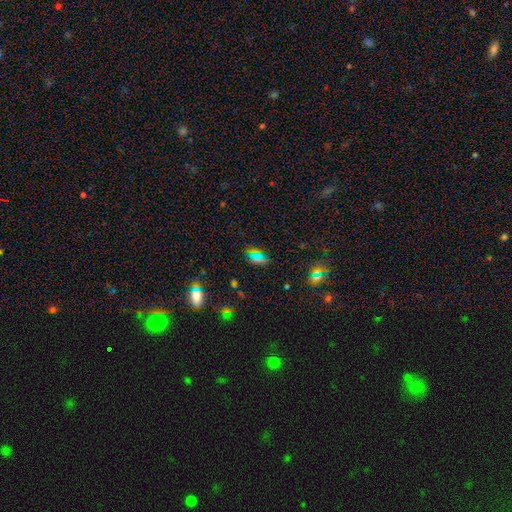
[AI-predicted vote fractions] This is possibly a smooth galaxy (51%). How rounded: likely in between (77%). Merging: likely none (78%).